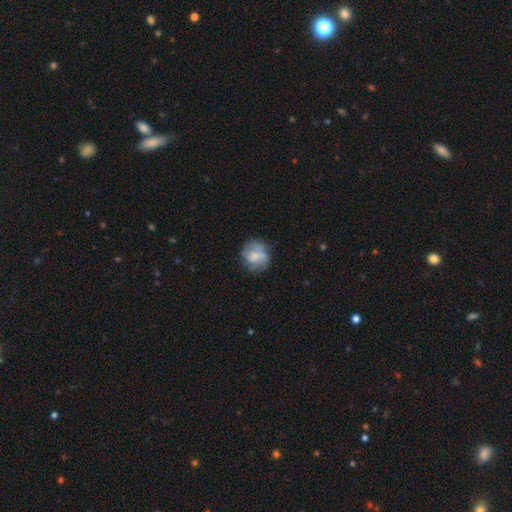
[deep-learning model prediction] Overall: smooth (60%; featured or disk 32%). How rounded: round (80%). Merging: none (62%; minor disturbance 24%).